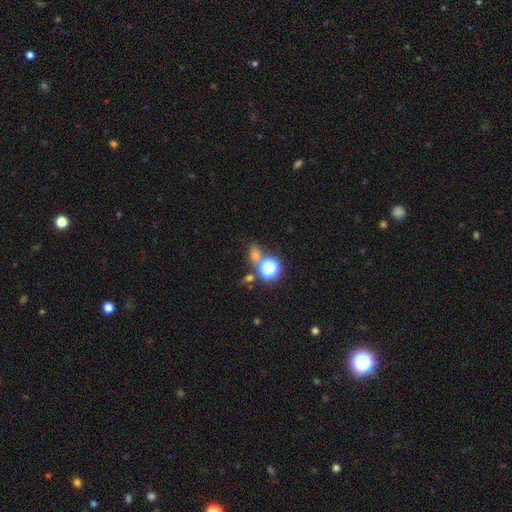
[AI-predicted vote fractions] This appears to be a smooth galaxy with no disk features (53%) that is round (59%). Merging: none (63%).